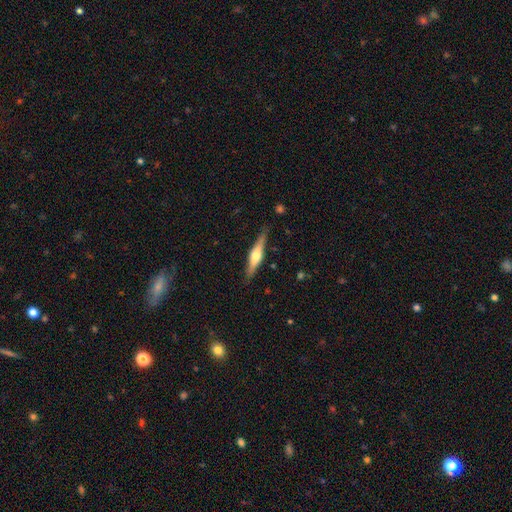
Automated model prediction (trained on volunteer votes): This is likely a featured or disk galaxy (66%). It is clearly viewed edge-on (96%). Edge-on bulge: clearly rounded (90%). Merging: clearly none (86%).